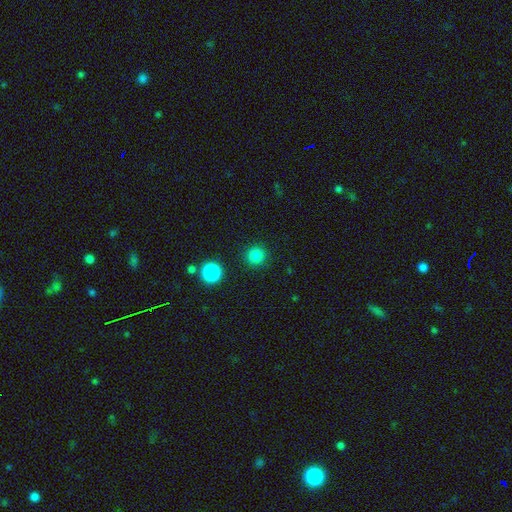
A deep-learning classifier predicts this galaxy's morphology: This appears to be a smooth galaxy with no disk features (82%) that is round (95%). Merging: none (91%).